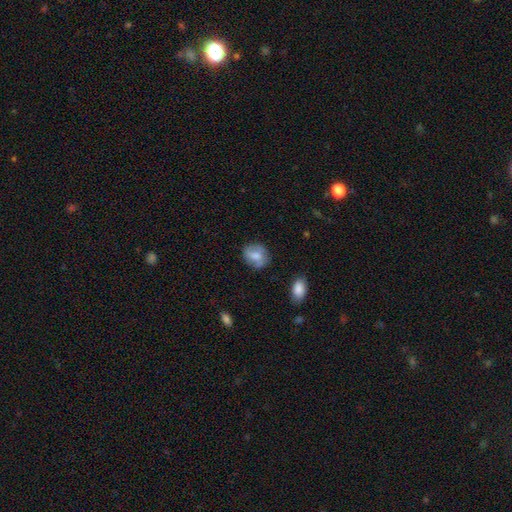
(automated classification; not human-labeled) This appears to be a smooth galaxy with no disk features (65%) that is round (62%). Merging: none (71%).